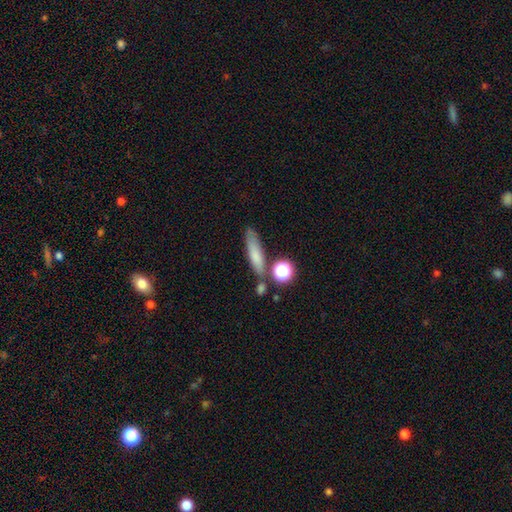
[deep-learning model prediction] This appears to be a smooth galaxy with no disk features (71%) that is cigar-shaped (69%). Merging: none (68%).